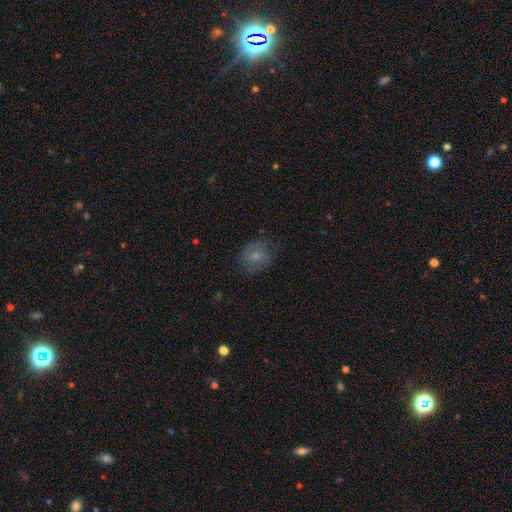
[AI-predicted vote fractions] Overall: smooth (69%). How rounded: round (60%; in between 39%). Merging: none (70%).